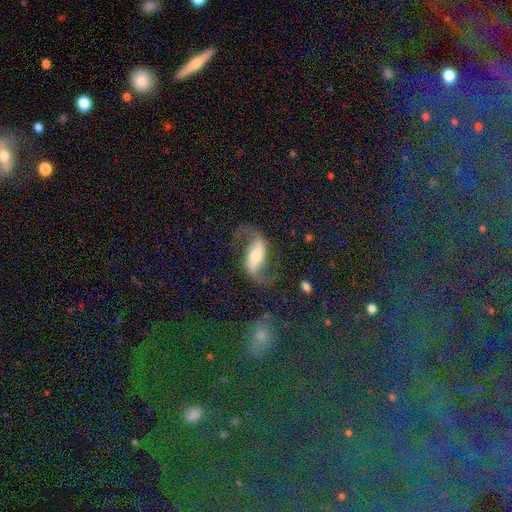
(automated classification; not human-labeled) Q: Smooth or featured?
A: featured or disk (86%); runner-up: smooth (8%)
Q: Edge-on disk?
A: no (96%); runner-up: yes (4%)
Q: Bar?
A: strong (55%); runner-up: weak (29%)
Q: Spiral arms?
A: yes (96%); runner-up: no (4%)
Q: Spiral winding?
A: loose (77%); runner-up: medium (19%)
Q: Spiral arm count?
A: 2 (93%); runner-up: 1 (2%)
Q: Bulge size?
A: moderate (39%); runner-up: small (34%)
Q: Merging?
A: none (71%); runner-up: major disturbance (13%)